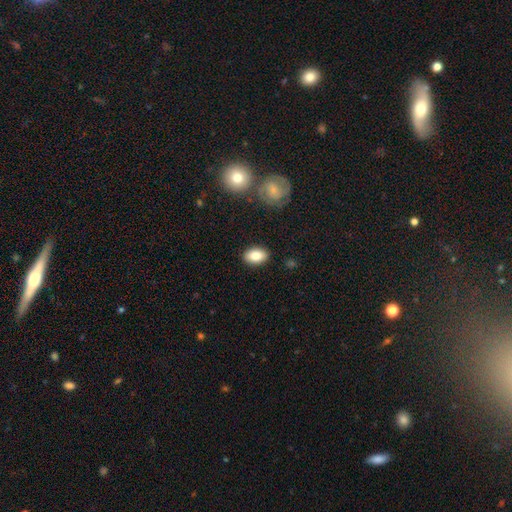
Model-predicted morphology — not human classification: Smooth or featured: smooth — 84% (featured or disk — 9%)
How rounded: in between — 88% (round — 10%)
Merging: none — 87% (minor disturbance — 9%)